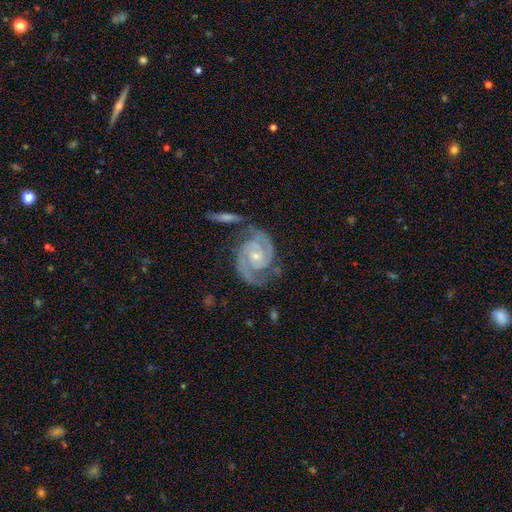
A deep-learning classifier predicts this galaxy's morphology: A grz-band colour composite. It shows a featured or disk galaxy (92%) with no bar (56%), 2 (90%) tight (56%) spiral arms (98%) and a small central bulge (64%). Merging: none (66%).